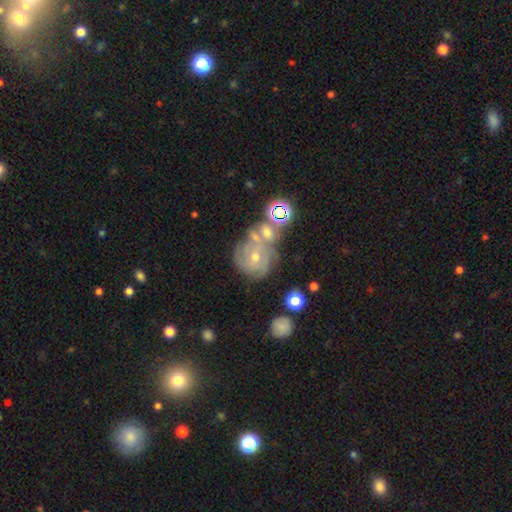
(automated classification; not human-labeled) This appears to be a featured or disk galaxy (60%) with no bar (74%), spiral arms (81%) and a small central bulge (55%). Merging: none (42%).